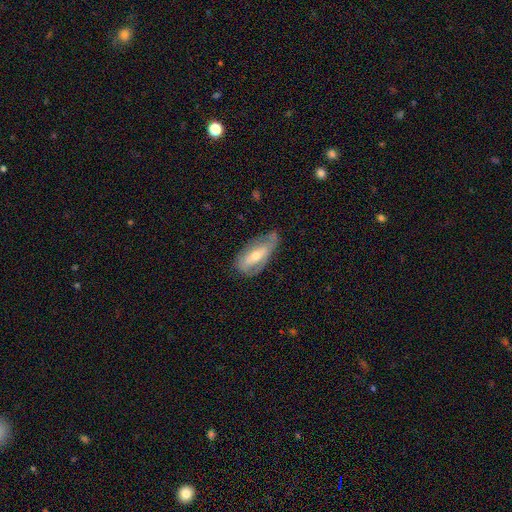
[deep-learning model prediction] Smooth or featured?
  - featured or disk: 55% *
  - smooth: 39%
  - star or artifact: 6%
Edge-on disk?
  - no: 84% *
  - yes: 16%
Merging?
  - none: 54% *
  - minor disturbance: 32%
  - major disturbance: 13%
  - merger: 2%